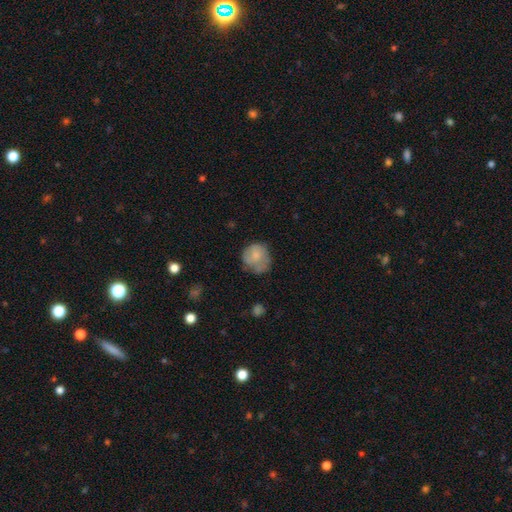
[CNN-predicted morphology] Q: Smooth or featured?
A: smooth (70%); runner-up: featured or disk (22%)
Q: How rounded?
A: round (82%); runner-up: in between (17%)
Q: Merging?
A: none (53%); runner-up: minor disturbance (30%)